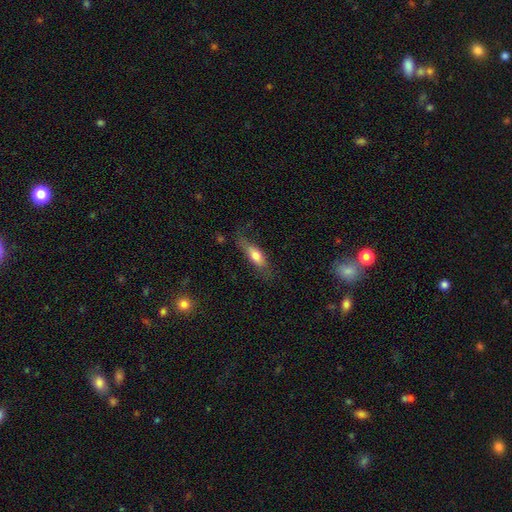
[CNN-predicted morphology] Overall: smooth (69%). How rounded: in between (55%; cigar-shaped 42%). Merging: none (61%; minor disturbance 26%).